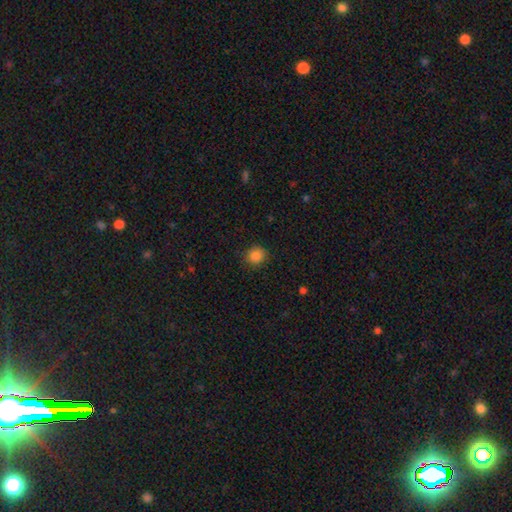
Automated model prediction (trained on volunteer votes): Q: Smooth or featured?
A: smooth (85%); runner-up: star or artifact (11%)
Q: How rounded?
A: round (86%); runner-up: in between (13%)
Q: Merging?
A: none (88%); runner-up: minor disturbance (9%)